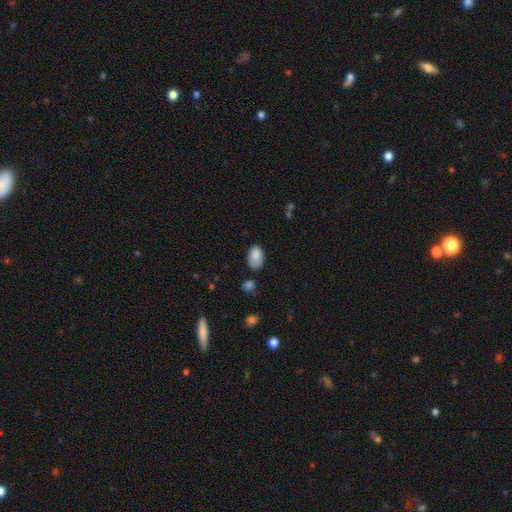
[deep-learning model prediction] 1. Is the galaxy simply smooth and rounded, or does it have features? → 86% smooth, 7% star or artifact, 7% featured or disk.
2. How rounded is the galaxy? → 92% in between, 7% round, 1% cigar-shaped.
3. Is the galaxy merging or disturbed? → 63% none, 26% minor disturbance, 6% major disturbance, 5% merger.